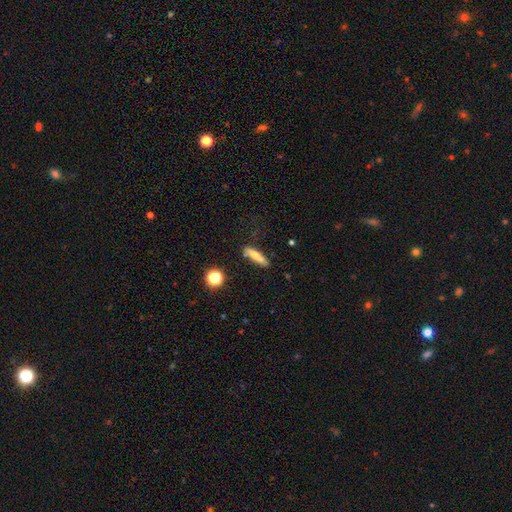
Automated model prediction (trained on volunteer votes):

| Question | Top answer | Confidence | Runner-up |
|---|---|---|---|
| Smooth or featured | smooth | 66% | featured or disk (25%) |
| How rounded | cigar-shaped | 82% | in between (15%) |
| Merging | none | 83% | minor disturbance (12%) |